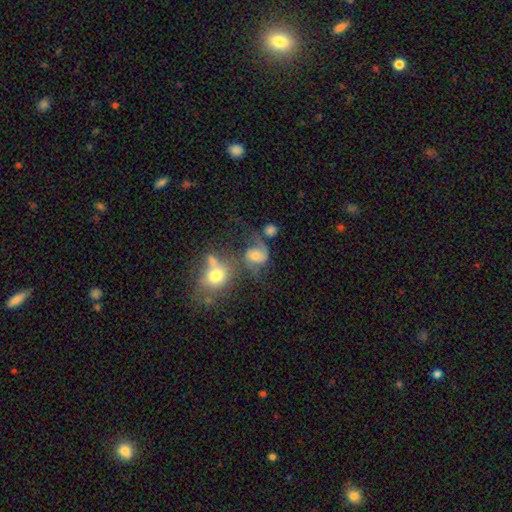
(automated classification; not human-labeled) smooth_or_featured: featured or disk (p=0.59) [alt: smooth p=0.30]
disk_edge_on: no (p=0.97) [alt: yes p=0.03]
bar: no (p=0.57) [alt: weak p=0.35]
has_spiral_arms: yes (p=0.86) [alt: no p=0.14]
bulge_size: moderate (p=0.56) [alt: small p=0.26]
merging: none (p=0.41) [alt: merger p=0.22]